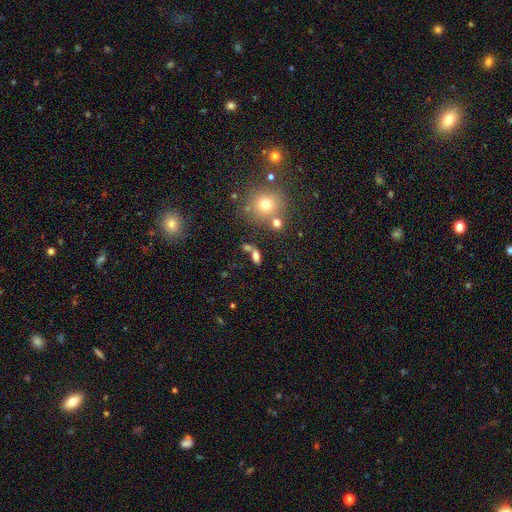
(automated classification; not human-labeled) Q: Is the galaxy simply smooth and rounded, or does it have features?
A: smooth — 74%.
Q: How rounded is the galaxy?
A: in between — 79%.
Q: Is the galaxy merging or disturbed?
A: none — 57%.